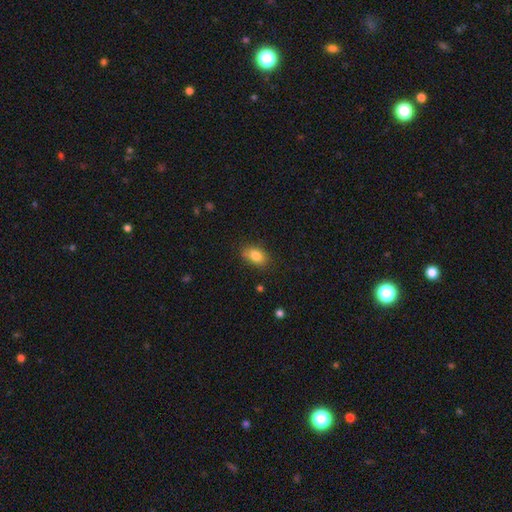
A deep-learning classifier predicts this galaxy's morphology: A smooth galaxy with no disk features (83%) that is in between round and cigar-shaped (83%). Merging: none (78%).